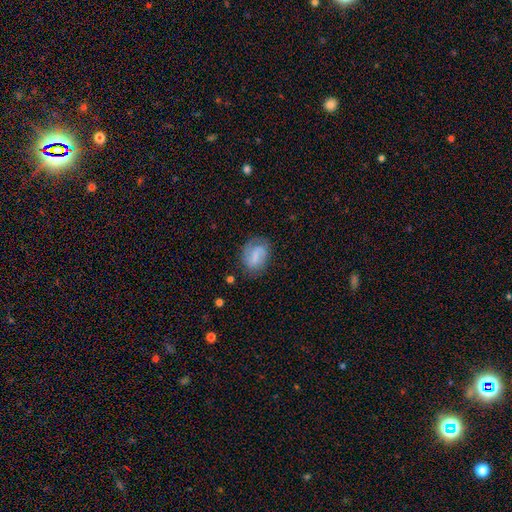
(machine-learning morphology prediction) Smooth or featured?
  - featured or disk: 47% *
  - smooth: 45%
  - star or artifact: 8%
Merging?
  - none: 67% *
  - minor disturbance: 21%
  - major disturbance: 10%
  - merger: 2%